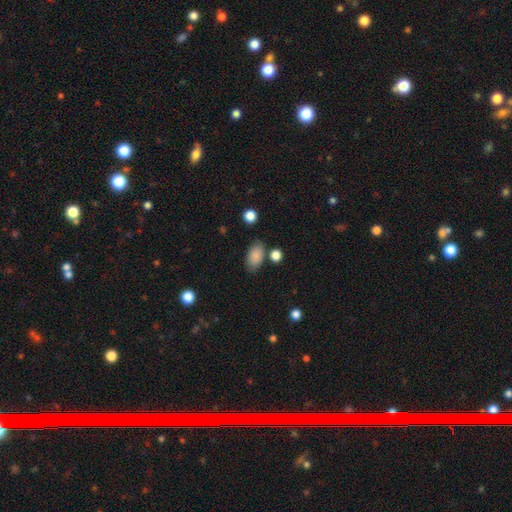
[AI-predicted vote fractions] Smooth or featured? Predicted: smooth (p=0.86). How rounded? Predicted: in between (p=0.91). Merging? Predicted: none (p=0.75).